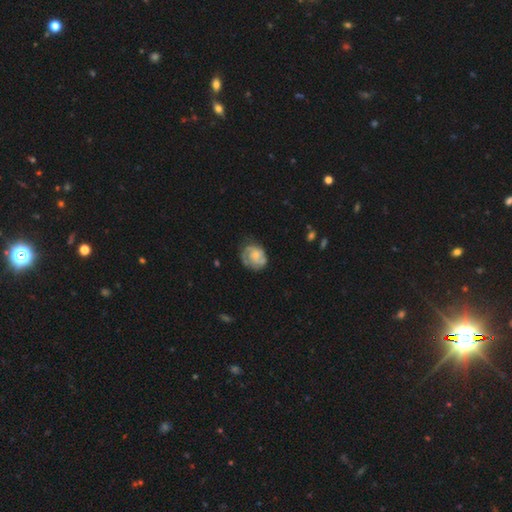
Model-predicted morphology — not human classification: A featured or disk galaxy (70%) with no bar (74%), 2 (43%) tight (53%) spiral arms (90%) and a small central bulge (53%). Merging: none (63%).